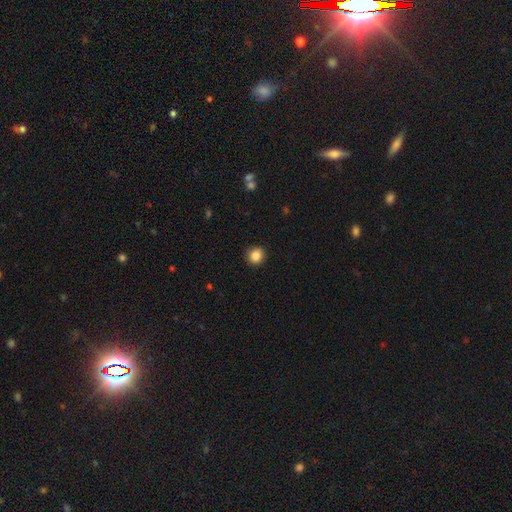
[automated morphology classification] A smooth galaxy with no disk features (86%) that is round (88%). Merging: none (89%).